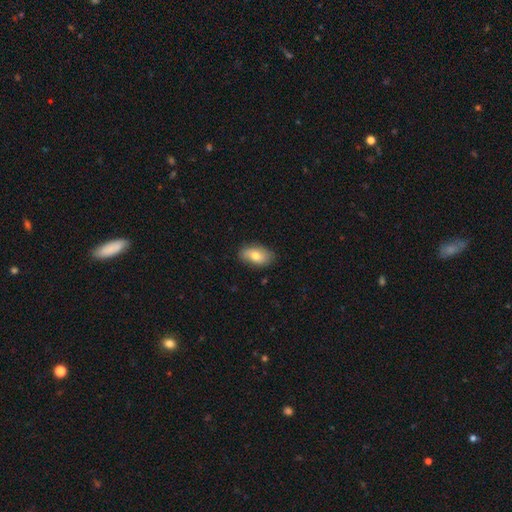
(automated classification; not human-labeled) A smooth galaxy with no disk features (72%) that is in between round and cigar-shaped (91%). Merging: none (81%).